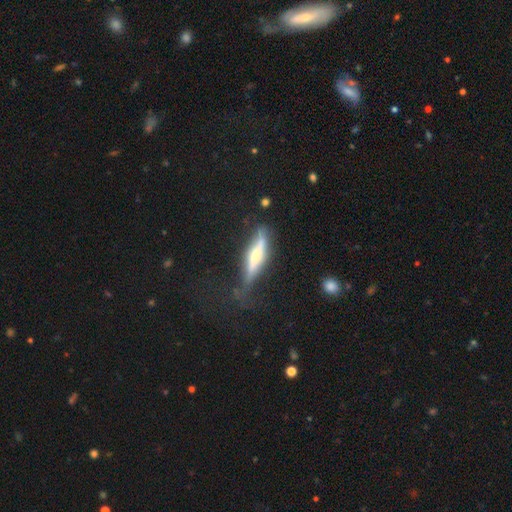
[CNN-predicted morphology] type=featured or disk (57%); edge-on=yes (87%); merging=none (57%).